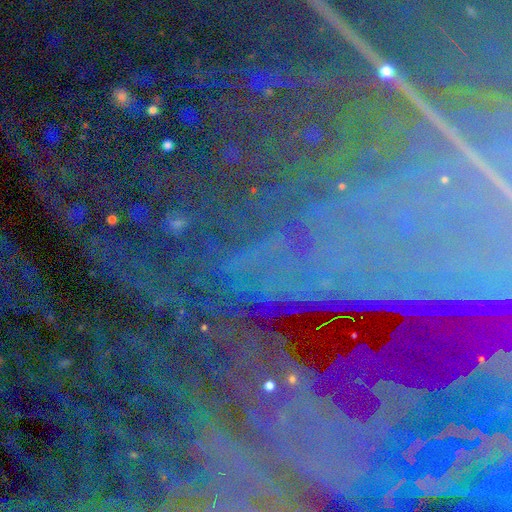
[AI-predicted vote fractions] A star or artifact, not a galaxy (87%).

Vote fractions:
- Smooth or featured? star or artifact: 87% / featured or disk: 7% / smooth: 6%